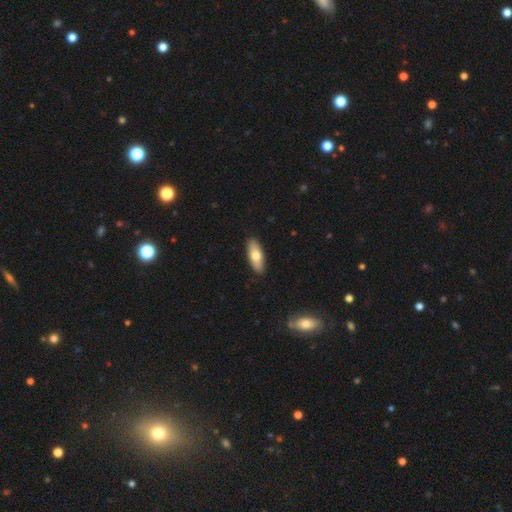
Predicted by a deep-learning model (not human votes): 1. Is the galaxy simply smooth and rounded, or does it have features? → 72% smooth, 23% featured or disk, 6% star or artifact.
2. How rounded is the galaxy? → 71% in between, 26% cigar-shaped, 2% round.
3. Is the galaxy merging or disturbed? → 90% none, 8% minor disturbance, 1% major disturbance, 1% merger.